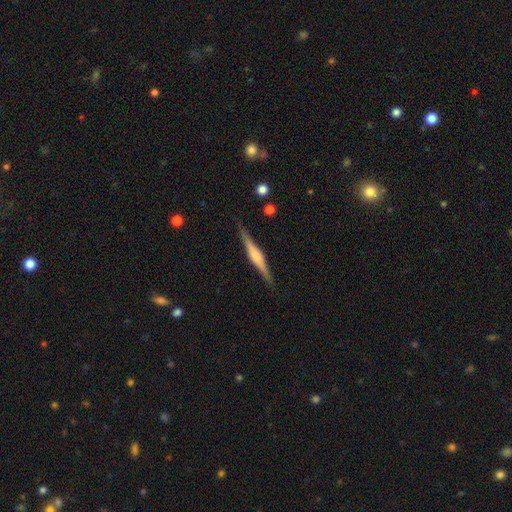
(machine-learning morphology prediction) featured or disk 73%, smooth 21%, star or artifact 6%. Down the decision tree: edge-on disk — yes (98%); edge-on bulge — rounded (68%); merging — none (89%).